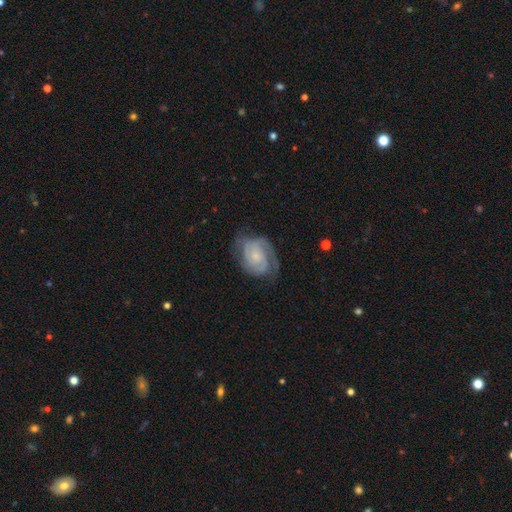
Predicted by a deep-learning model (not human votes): A featured or disk galaxy (82%) with no bar (67%), 2 (56%) tight (56%) spiral arms (96%) and a small central bulge (60%). Merging: none (66%).